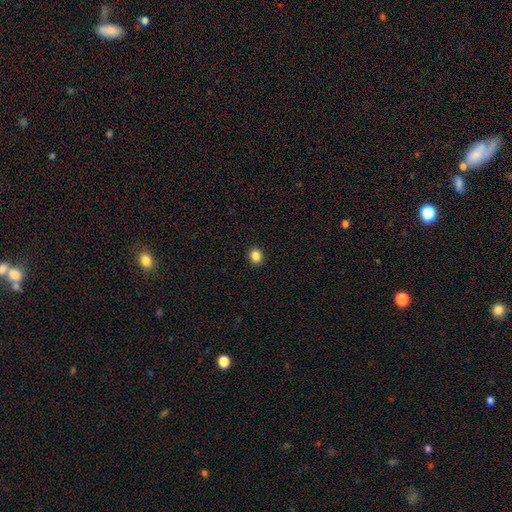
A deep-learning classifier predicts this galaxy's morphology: A smooth galaxy with no disk features (86%) that is round (59%).

Vote fractions:
- Smooth or featured? smooth: 86% / star or artifact: 11% / featured or disk: 3%
- How rounded? round: 59% / in between: 40% / cigar-shaped: 1%
- Merging? none: 92% / minor disturbance: 6% / major disturbance: 2% / merger: 1%